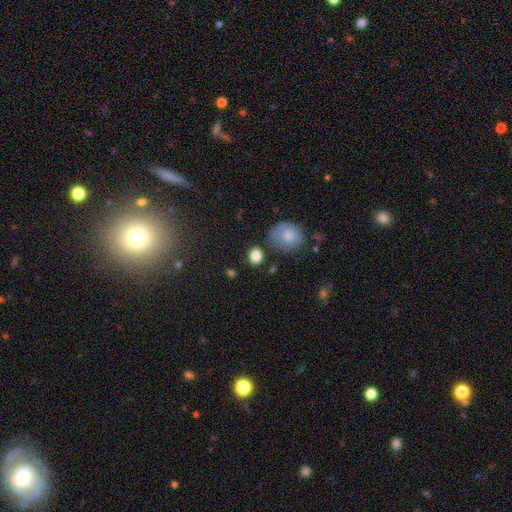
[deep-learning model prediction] Smooth or featured? smooth (85%)
How rounded? round (56%)
Merging? none (77%)